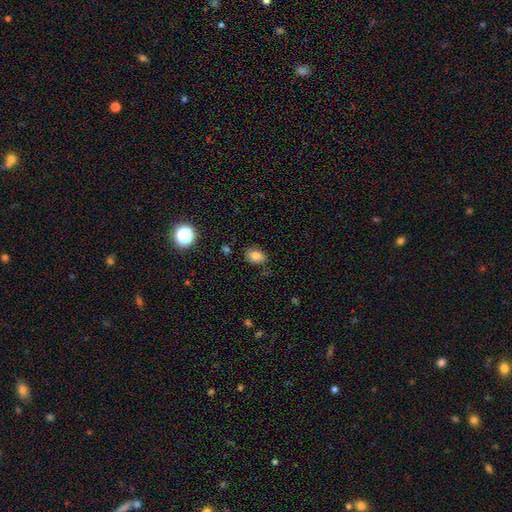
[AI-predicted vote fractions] Q: Smooth or featured?
A: smooth (81%); runner-up: star or artifact (11%)
Q: How rounded?
A: in between (80%); runner-up: round (19%)
Q: Merging?
A: none (78%); runner-up: minor disturbance (15%)